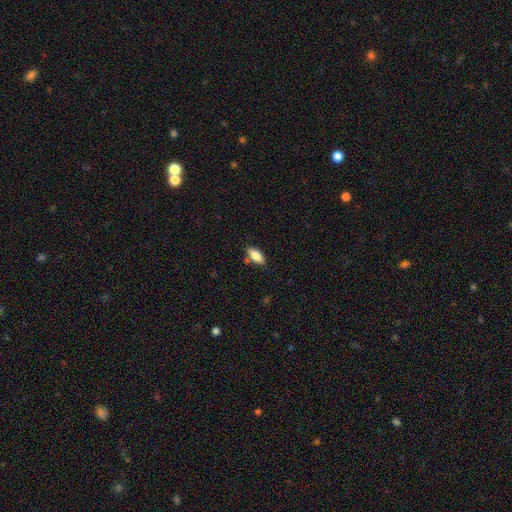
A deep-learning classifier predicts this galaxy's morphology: The model was most divided on "merging": none: 78%, minor disturbance: 14%, merger: 5%, major disturbance: 3%. More confident: how rounded — in between (87%); smooth or featured — smooth (79%).